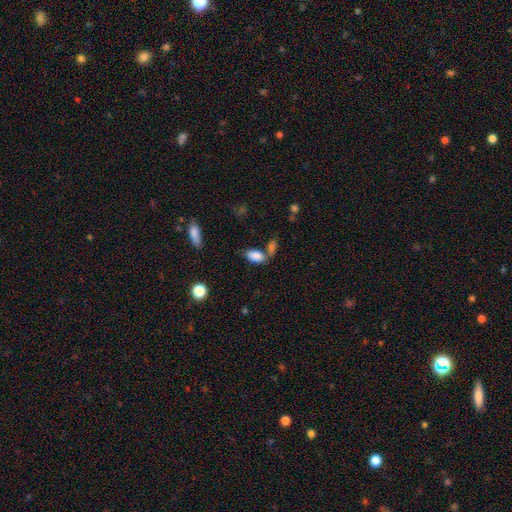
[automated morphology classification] A smooth galaxy with no disk features (86%) that is in between round and cigar-shaped (93%). Merging: none (52%).